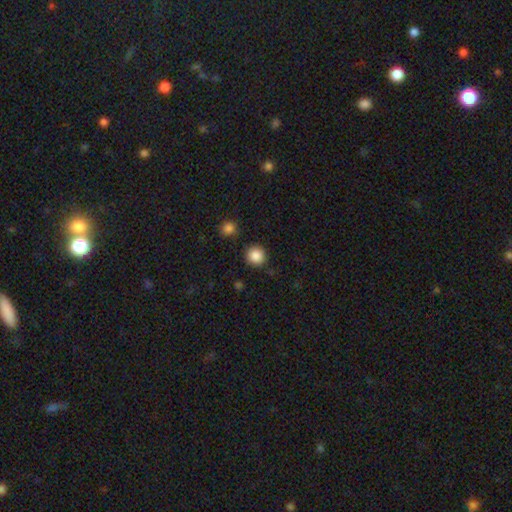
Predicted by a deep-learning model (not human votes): Smooth or featured: smooth — 87% (star or artifact — 9%)
How rounded: round — 94% (in between — 5%)
Merging: none — 89% (minor disturbance — 6%)